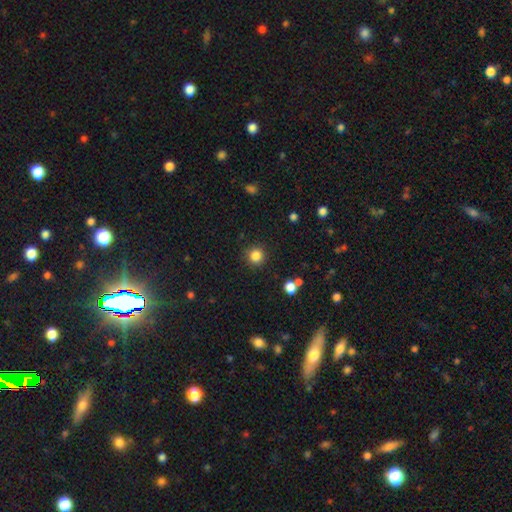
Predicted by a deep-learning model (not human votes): smooth_or_featured: smooth (p=0.84) [alt: star or artifact p=0.12]
how_rounded: round (p=0.94) [alt: in between p=0.06]
merging: none (p=0.89) [alt: minor disturbance p=0.06]